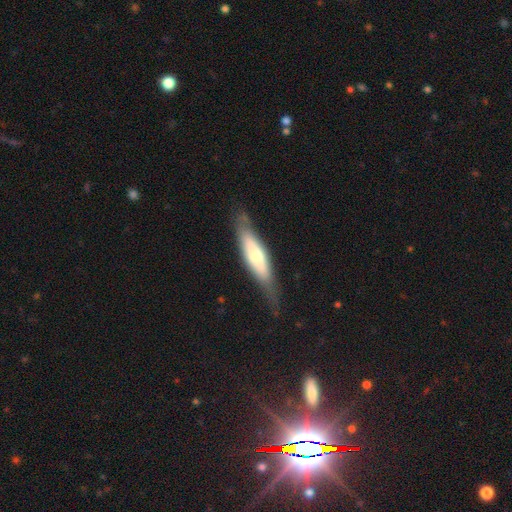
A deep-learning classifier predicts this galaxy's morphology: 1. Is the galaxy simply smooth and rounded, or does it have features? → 49% smooth, 45% featured or disk, 6% star or artifact.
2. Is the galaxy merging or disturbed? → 71% none, 21% minor disturbance, 7% major disturbance, 2% merger.